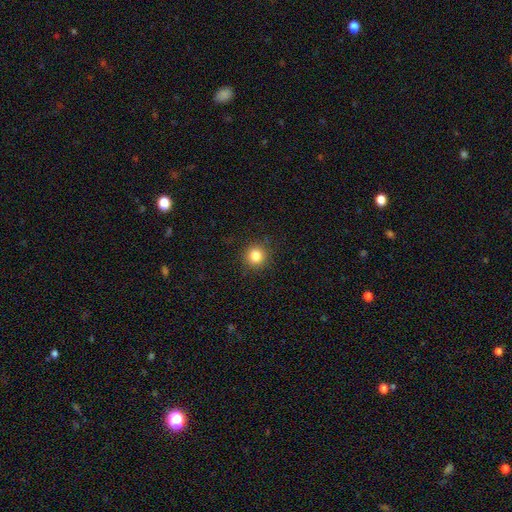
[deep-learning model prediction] Overall: smooth (83%). How rounded: round (93%). Merging: none (91%).